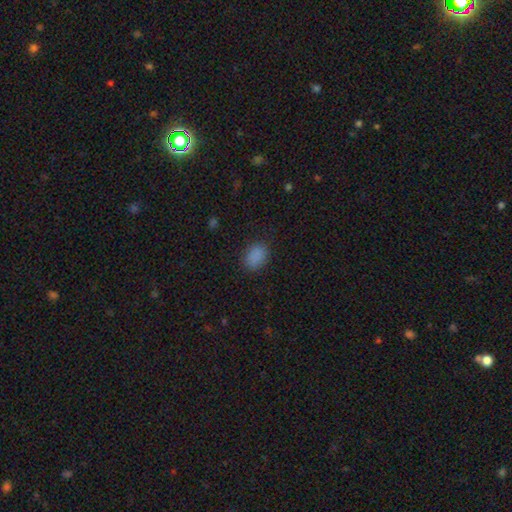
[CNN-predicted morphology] This is clearly a smooth galaxy (85%). How rounded: likely in between (73%). Merging: clearly none (84%).